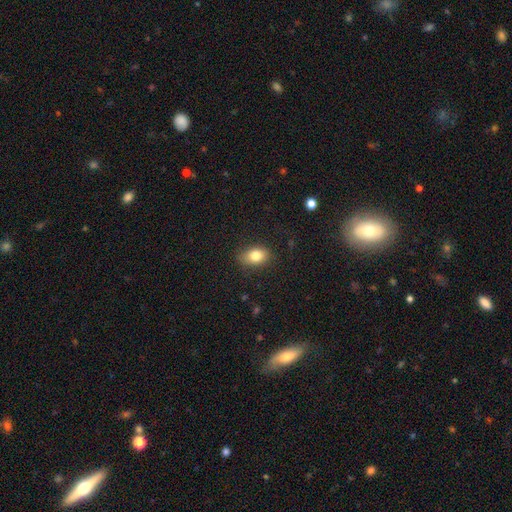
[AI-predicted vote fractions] Smooth or featured? smooth (82%)
How rounded? in between (82%)
Merging? none (82%)